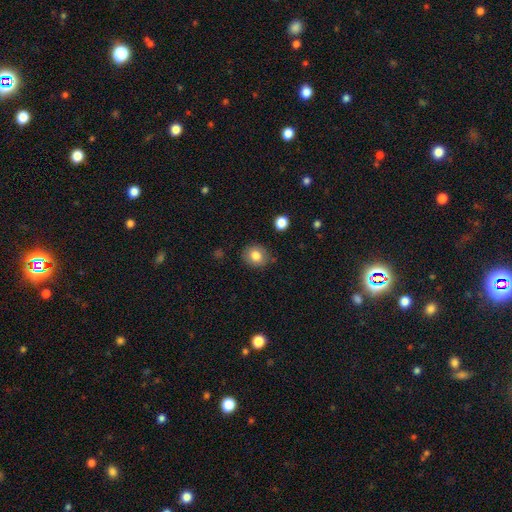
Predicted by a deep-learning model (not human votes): Smooth or featured: smooth — 82% (star or artifact — 10%)
How rounded: round — 74% (in between — 25%)
Merging: none — 83% (minor disturbance — 12%)